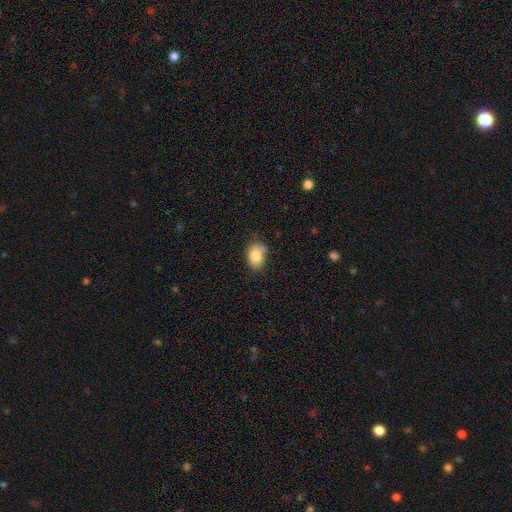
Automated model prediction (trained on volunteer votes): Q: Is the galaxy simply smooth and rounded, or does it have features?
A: smooth — 82%.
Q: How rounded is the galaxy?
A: in between — 72%.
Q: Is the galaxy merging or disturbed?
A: none — 62%.